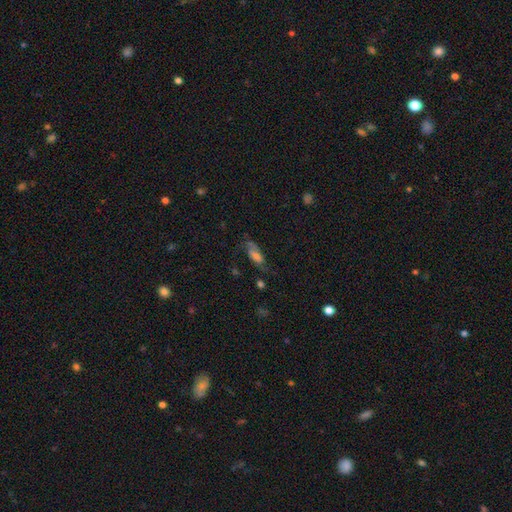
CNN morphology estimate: Smooth or featured: featured or disk — 45% (smooth — 39%)
Merging: none — 54% (minor disturbance — 23%)